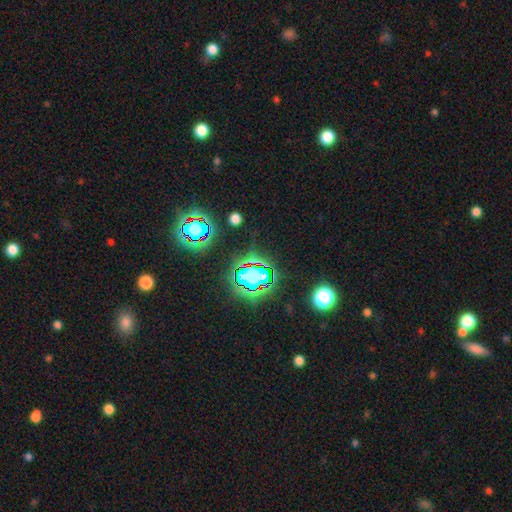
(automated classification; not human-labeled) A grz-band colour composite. It shows a star or artifact, not a galaxy (75%).